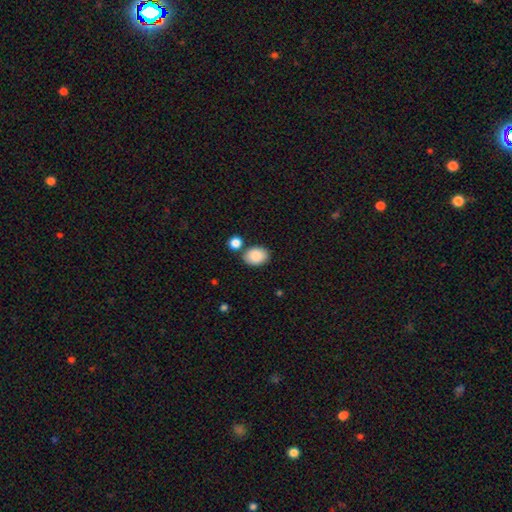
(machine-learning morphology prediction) smooth-or-featured: smooth: 87% | star or artifact: 7% | featured or disk: 6%
  how-rounded: in between: 79% | round: 20% | cigar-shaped: 1%
  merging: none: 76% | minor disturbance: 11% | merger: 10% | major disturbance: 3%